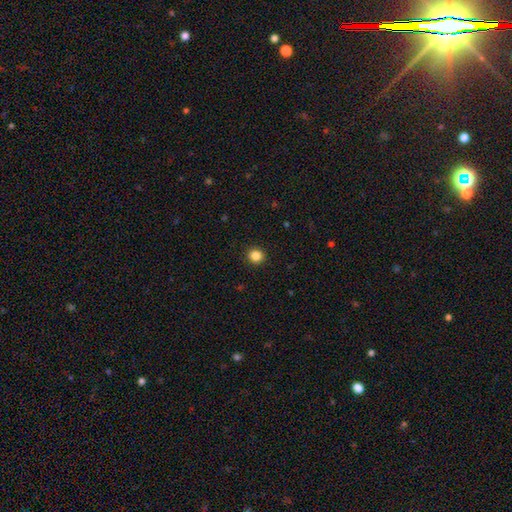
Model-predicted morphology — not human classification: Q: Smooth or featured?
A: smooth (85%); runner-up: star or artifact (11%)
Q: How rounded?
A: round (91%); runner-up: in between (8%)
Q: Merging?
A: none (93%); runner-up: minor disturbance (5%)